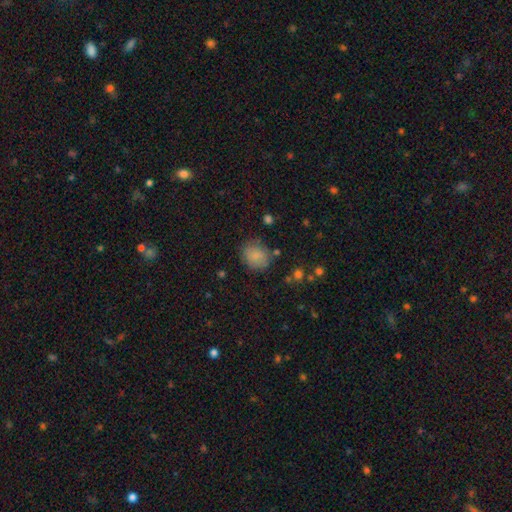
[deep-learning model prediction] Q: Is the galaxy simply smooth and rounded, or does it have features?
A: smooth — 83%.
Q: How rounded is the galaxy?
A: round — 68%.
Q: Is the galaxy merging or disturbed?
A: none — 75%.